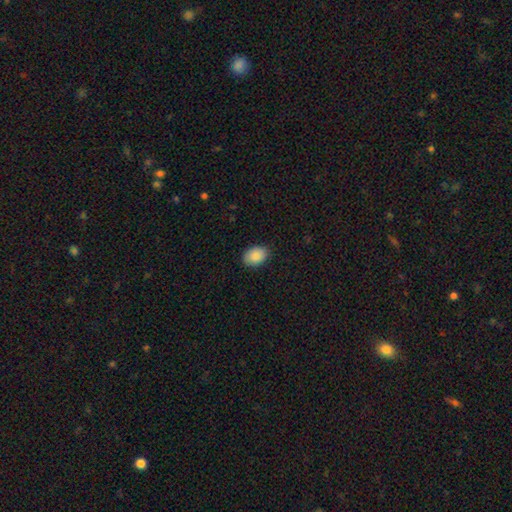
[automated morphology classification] A smooth galaxy with no disk features (89%) that is in between round and cigar-shaped (82%).

Vote fractions:
- Smooth or featured? smooth: 89% / star or artifact: 7% / featured or disk: 4%
- How rounded? in between: 82% / round: 17% / cigar-shaped: 1%
- Merging? none: 87% / minor disturbance: 10% / major disturbance: 2% / merger: 1%